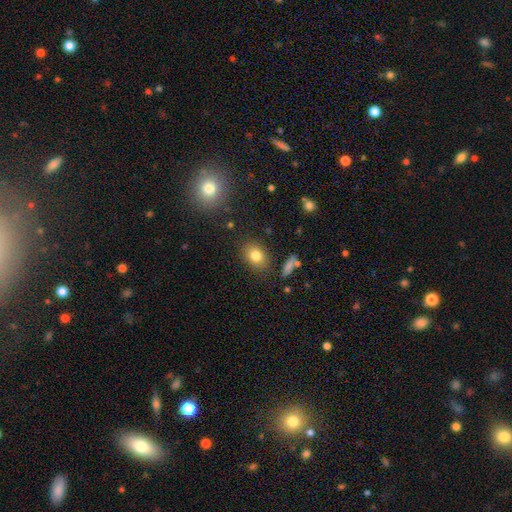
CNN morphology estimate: Smooth or featured: smooth — 80% (star or artifact — 11%)
How rounded: in between — 64% (round — 34%)
Merging: none — 82% (minor disturbance — 12%)